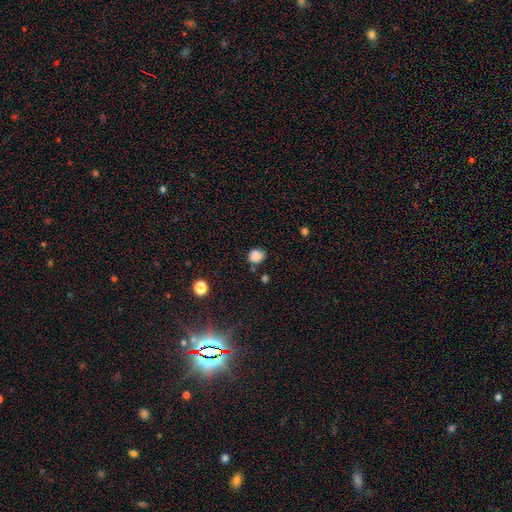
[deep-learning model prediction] Smooth or featured?
  - smooth: 84% *
  - star or artifact: 12%
  - featured or disk: 4%
How rounded?
  - round: 66% *
  - in between: 33%
  - cigar-shaped: 1%
Merging?
  - none: 71% *
  - minor disturbance: 19%
  - merger: 5%
  - major disturbance: 5%